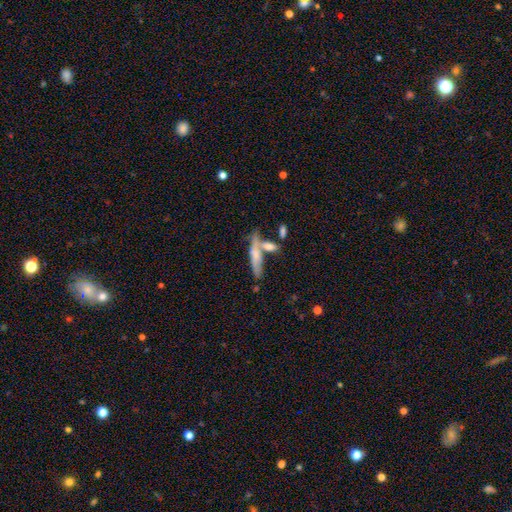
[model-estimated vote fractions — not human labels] A smooth galaxy with no disk features (59%) that is cigar-shaped (75%). Merging: none (42%).